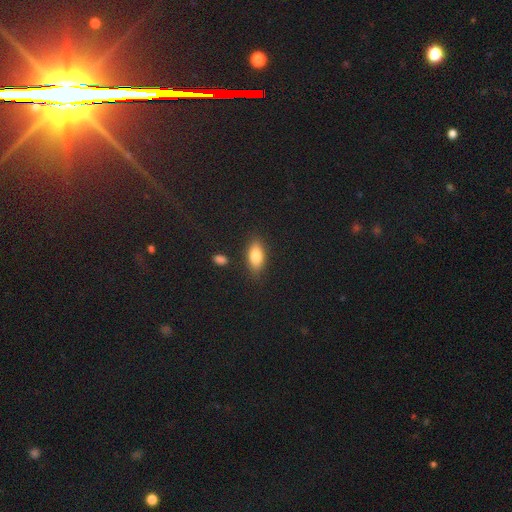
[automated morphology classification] Smooth or featured? smooth (81%)
How rounded? in between (86%)
Merging? none (84%)